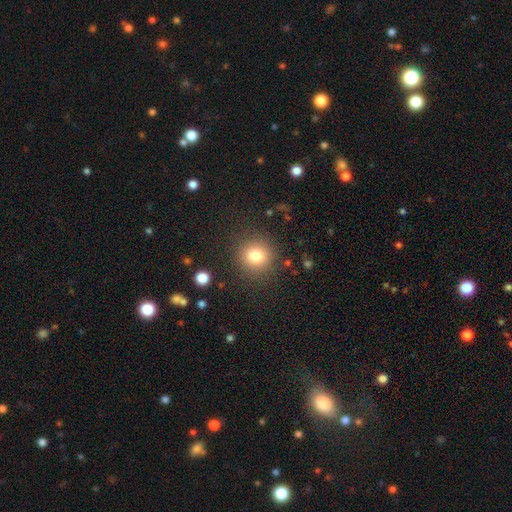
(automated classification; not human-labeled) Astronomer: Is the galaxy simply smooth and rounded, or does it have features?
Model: smooth — 79%.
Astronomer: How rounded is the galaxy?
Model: round — 89%.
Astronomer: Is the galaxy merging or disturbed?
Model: none — 87%.